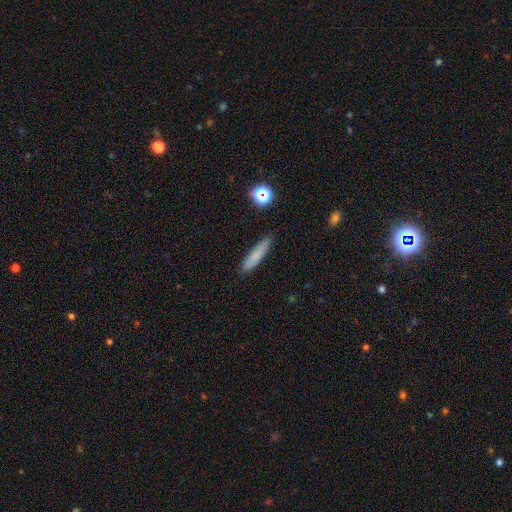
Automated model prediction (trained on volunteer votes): smooth-or-featured: smooth: 76% | featured or disk: 14% | star or artifact: 9%
  how-rounded: cigar-shaped: 87% | in between: 11% | round: 2%
  merging: none: 86% | minor disturbance: 10% | major disturbance: 2% | merger: 2%